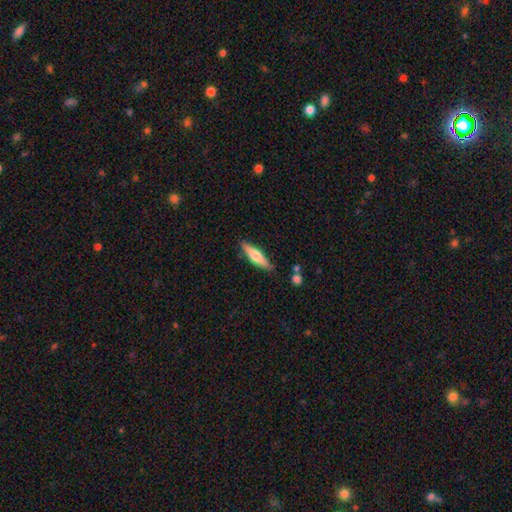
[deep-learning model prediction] smooth_or_featured: smooth (p=0.56) [alt: featured or disk p=0.38]
how_rounded: cigar-shaped (p=0.71) [alt: in between p=0.27]
merging: none (p=0.85) [alt: minor disturbance p=0.11]